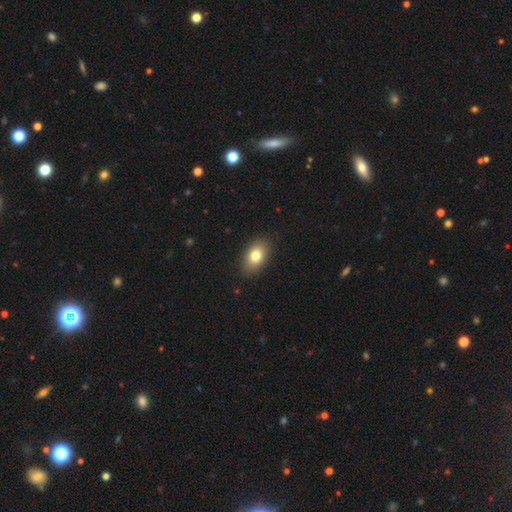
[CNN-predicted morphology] Overall: smooth (79%). How rounded: in between (87%). Merging: none (88%).